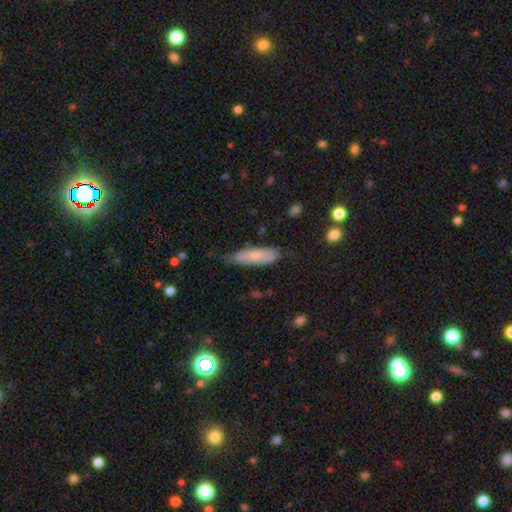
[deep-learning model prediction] This appears to be a smooth galaxy with no disk features (65%) that is cigar-shaped (54%). Merging: none (57%).